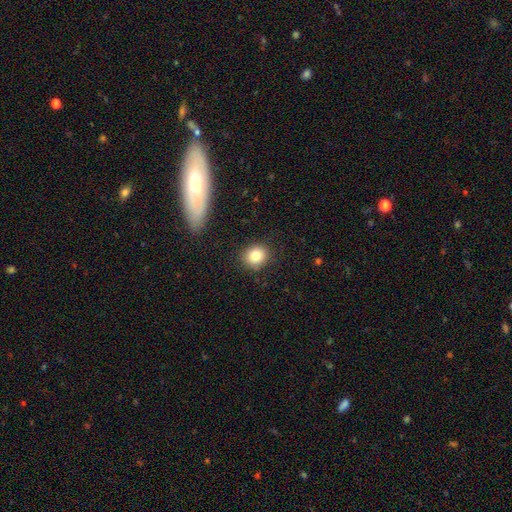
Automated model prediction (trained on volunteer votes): This is clearly a smooth galaxy (83%). How rounded: likely round (77%). Merging: clearly none (87%).